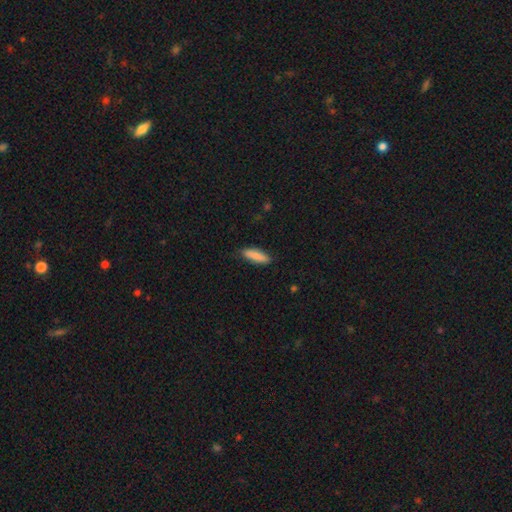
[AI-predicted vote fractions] Smooth or featured: smooth — 87% (featured or disk — 8%)
How rounded: cigar-shaped — 55% (in between — 43%)
Merging: none — 82% (minor disturbance — 14%)